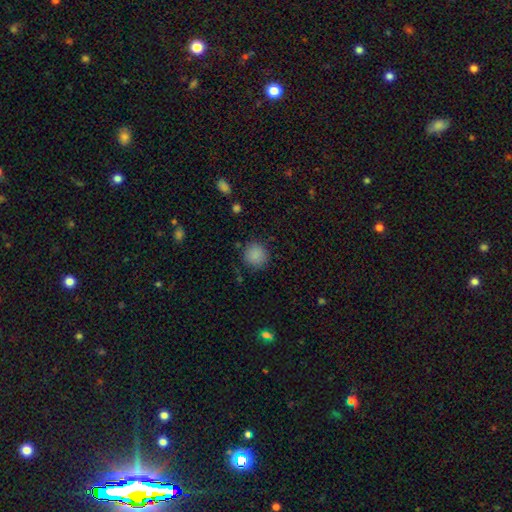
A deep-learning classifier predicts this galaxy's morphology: This is clearly a smooth galaxy (87%). How rounded: clearly round (92%). Merging: clearly none (86%).